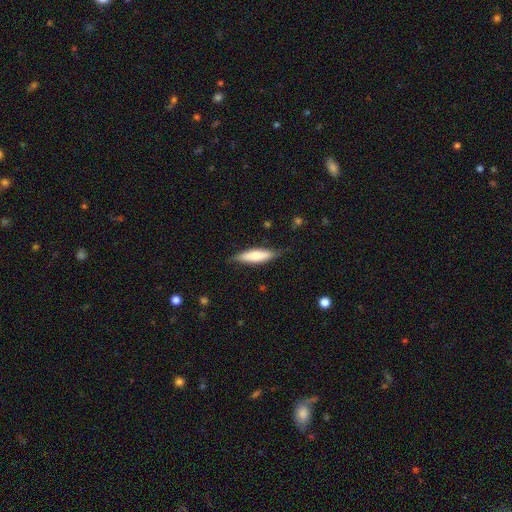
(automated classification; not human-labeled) smooth-or-featured: smooth: 65% | featured or disk: 29% | star or artifact: 6%
  how-rounded: cigar-shaped: 63% | in between: 36% | round: 2%
  merging: none: 75% | minor disturbance: 19% | major disturbance: 4% | merger: 1%